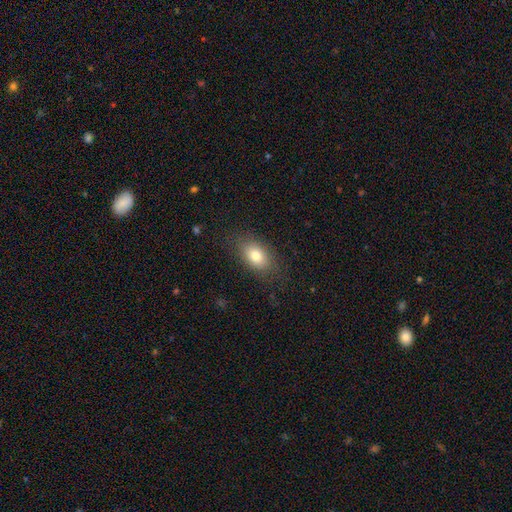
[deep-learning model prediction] A smooth galaxy with no disk features (80%) that is in between round and cigar-shaped (85%).

Vote fractions:
- Smooth or featured? smooth: 80% / featured or disk: 12% / star or artifact: 9%
- How rounded? in between: 85% / round: 13% / cigar-shaped: 2%
- Merging? none: 81% / minor disturbance: 13% / major disturbance: 5% / merger: 1%